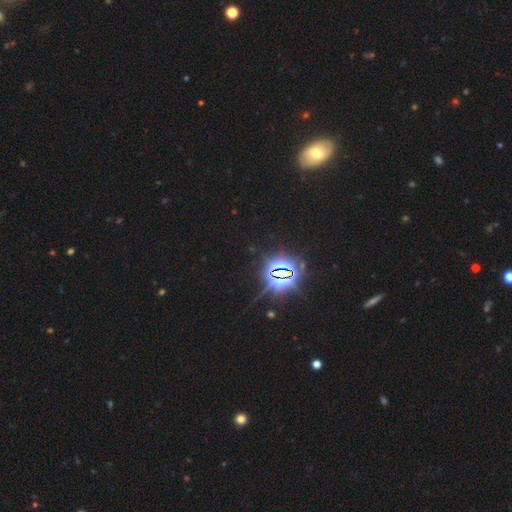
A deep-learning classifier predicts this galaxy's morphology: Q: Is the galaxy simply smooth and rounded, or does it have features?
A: star or artifact — 76%.